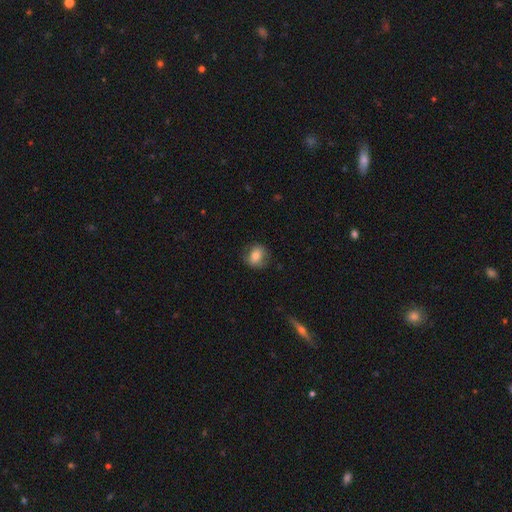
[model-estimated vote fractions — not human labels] Overall: smooth (73%). How rounded: round (66%; in between 32%). Merging: none (77%).